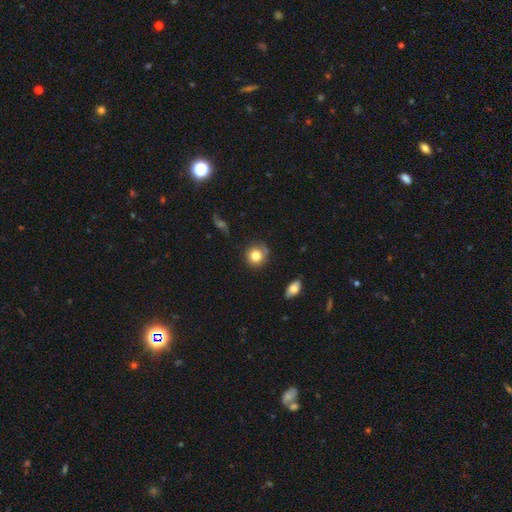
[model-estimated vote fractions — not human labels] This is clearly a smooth galaxy (80%). How rounded: clearly round (88%). Merging: likely none (78%).